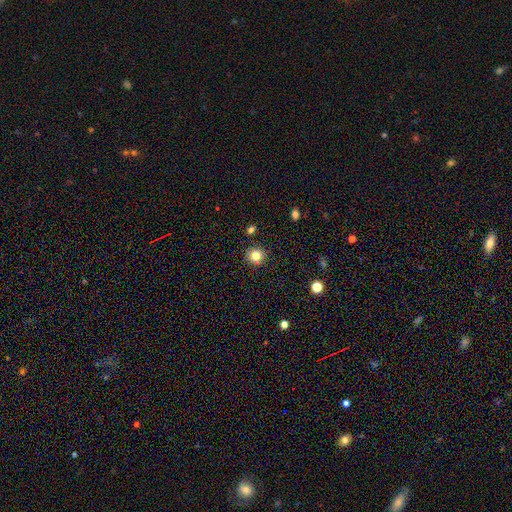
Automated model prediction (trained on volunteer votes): smooth 81%, star or artifact 11%, featured or disk 7%. Down the decision tree: how rounded — round (90%); merging — none (89%).